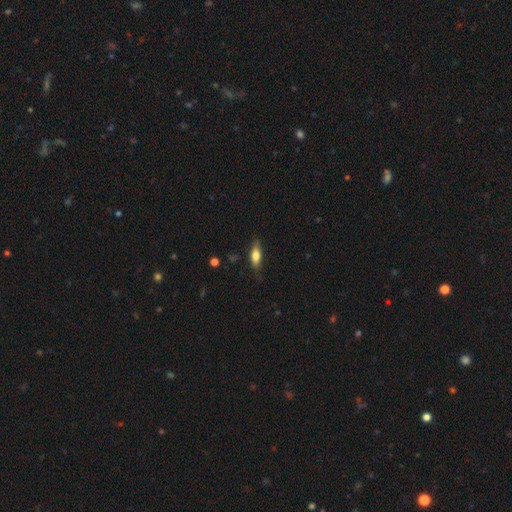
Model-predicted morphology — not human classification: This is likely a smooth galaxy (71%). How rounded: likely in between (64%). Merging: likely none (76%).